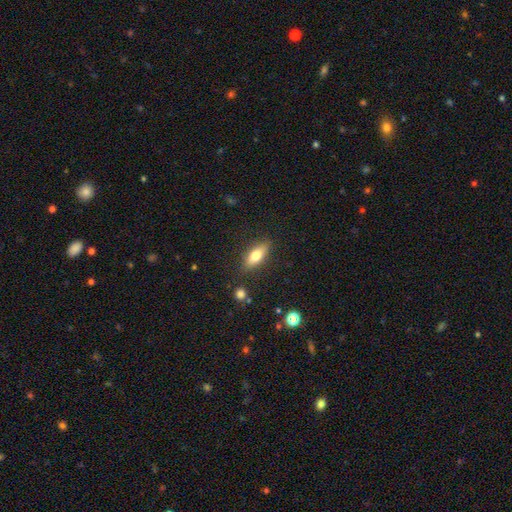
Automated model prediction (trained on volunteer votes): A smooth galaxy with no disk features (71%) that is in between round and cigar-shaped (70%).

Vote fractions:
- Smooth or featured? smooth: 71% / featured or disk: 21% / star or artifact: 7%
- How rounded? in between: 70% / cigar-shaped: 27% / round: 3%
- Merging? none: 83% / minor disturbance: 12% / major disturbance: 3% / merger: 2%